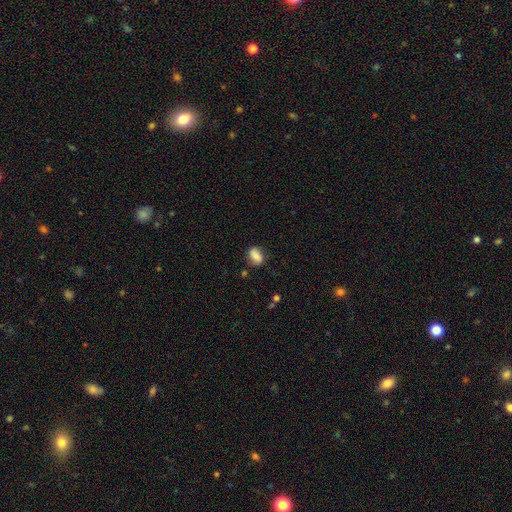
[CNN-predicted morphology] This appears to be a smooth galaxy with no disk features (77%) that is in between round and cigar-shaped (76%). Merging: none (70%).